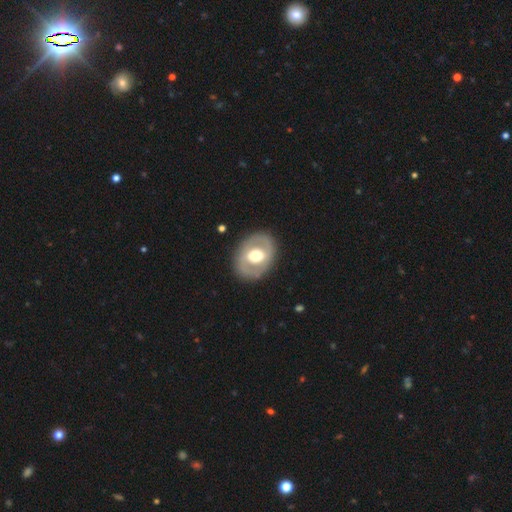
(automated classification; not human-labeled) smooth_or_featured: featured or disk (p=0.61) [alt: smooth p=0.34]
disk_edge_on: no (p=0.95) [alt: yes p=0.05]
bar: no (p=0.52) [alt: weak p=0.31]
has_spiral_arms: no (p=0.64) [alt: yes p=0.36]
bulge_size: moderate (p=0.59) [alt: large p=0.33]
merging: none (p=0.85) [alt: minor disturbance p=0.10]